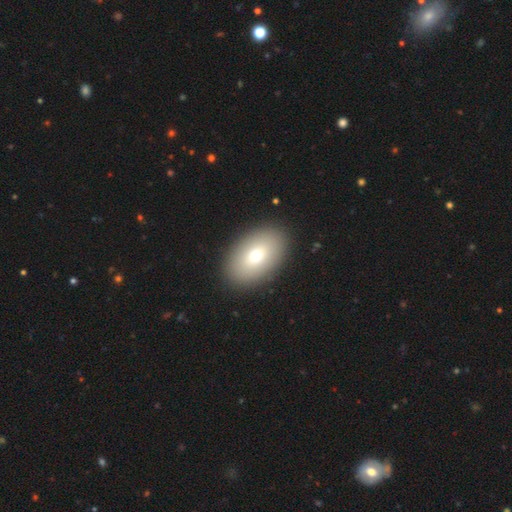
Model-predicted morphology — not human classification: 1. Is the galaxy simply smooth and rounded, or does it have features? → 72% smooth, 19% featured or disk, 9% star or artifact.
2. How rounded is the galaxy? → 88% in between, 10% round, 1% cigar-shaped.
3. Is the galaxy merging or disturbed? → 90% none, 7% minor disturbance, 2% major disturbance, 1% merger.